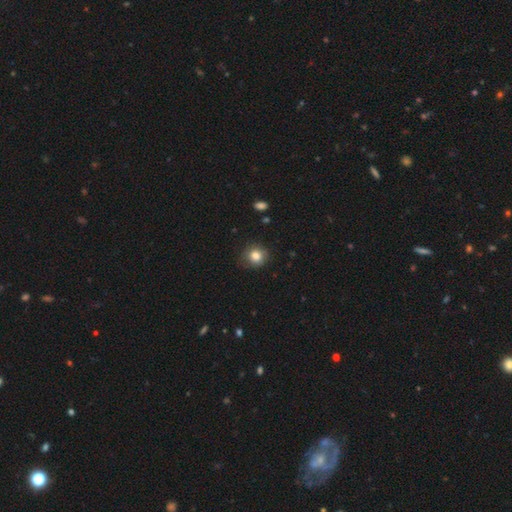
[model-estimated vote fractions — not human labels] Smooth or featured? Predicted: smooth (p=0.83). How rounded? Predicted: round (p=0.81). Merging? Predicted: none (p=0.77).